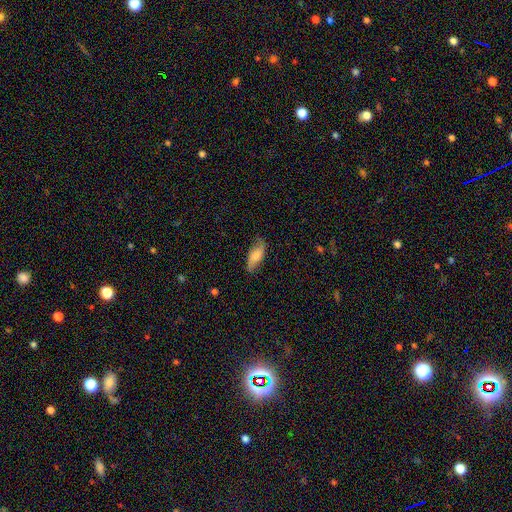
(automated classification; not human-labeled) Smooth or featured?
  - smooth: 55% *
  - featured or disk: 38%
  - star or artifact: 7%
How rounded?
  - in between: 79% *
  - cigar-shaped: 18%
  - round: 3%
Merging?
  - none: 69% *
  - minor disturbance: 23%
  - major disturbance: 7%
  - merger: 2%